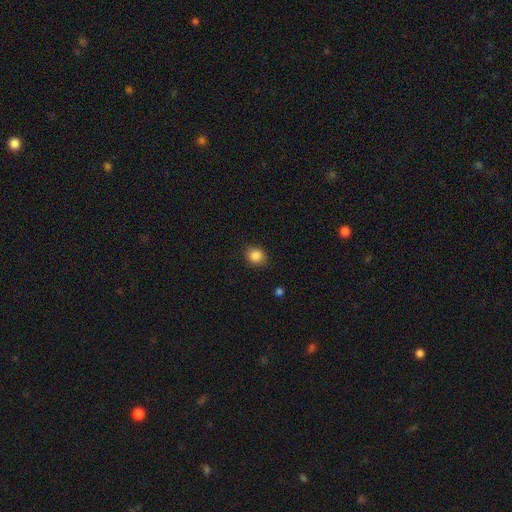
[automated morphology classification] type=smooth (86%); roundness=round (77%); merging=none (88%).